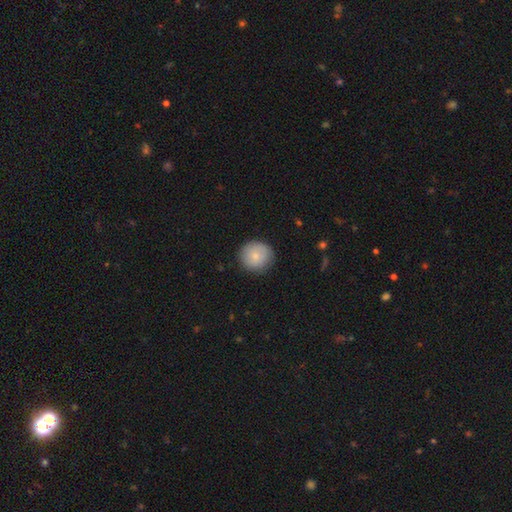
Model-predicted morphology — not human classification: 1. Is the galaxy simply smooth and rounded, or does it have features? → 79% smooth, 13% featured or disk, 7% star or artifact.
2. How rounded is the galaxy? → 91% round, 8% in between, 1% cigar-shaped.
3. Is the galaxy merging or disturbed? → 86% none, 11% minor disturbance, 3% major disturbance, 1% merger.